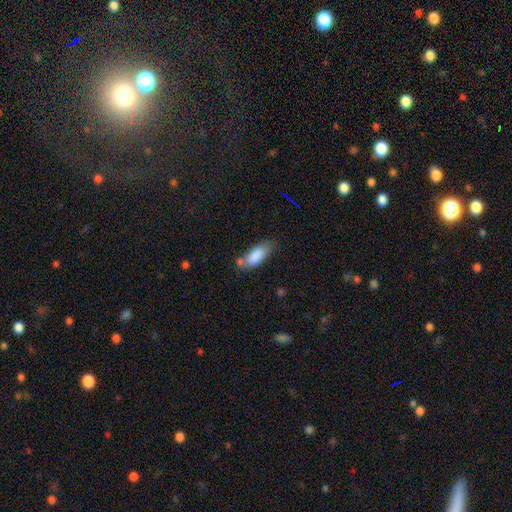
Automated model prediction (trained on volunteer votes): The model was most divided on "merging": none: 53%, minor disturbance: 25%, merger: 16%, major disturbance: 7%. More confident: smooth or featured — smooth (85%); how rounded — in between (79%).